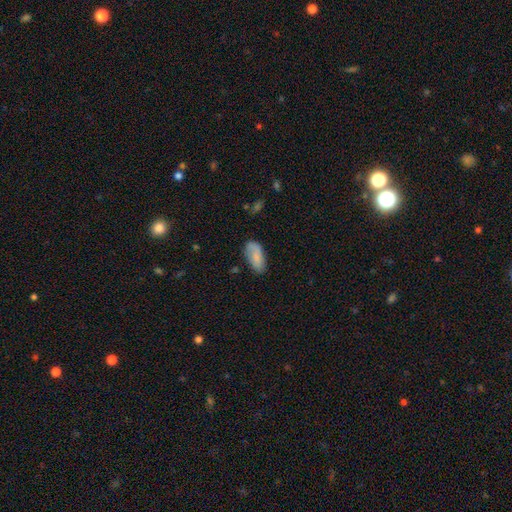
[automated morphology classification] This appears to be a smooth galaxy with no disk features (80%) that is in between round and cigar-shaped (91%). Merging: none (64%).